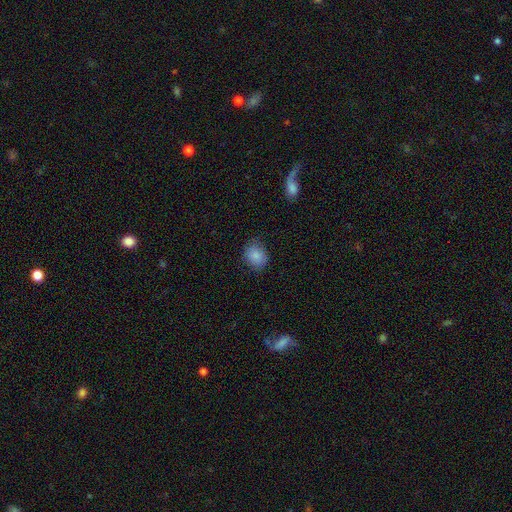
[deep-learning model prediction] This appears to be a smooth galaxy with no disk features (86%) that is round (55%). Merging: none (75%).